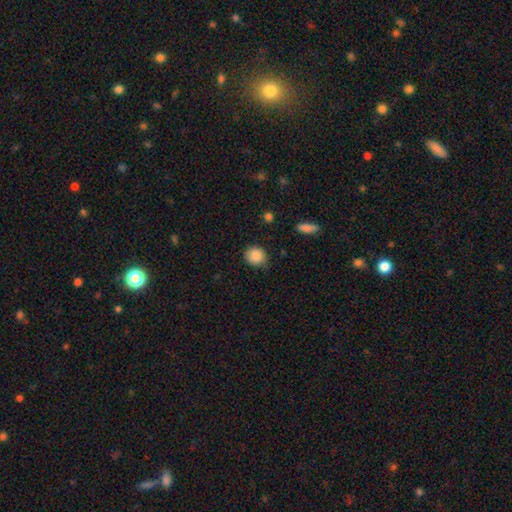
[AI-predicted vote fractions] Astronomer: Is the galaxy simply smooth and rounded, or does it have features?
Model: smooth — 87%.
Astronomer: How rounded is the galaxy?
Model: round — 82%.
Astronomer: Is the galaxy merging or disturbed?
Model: none — 77%.